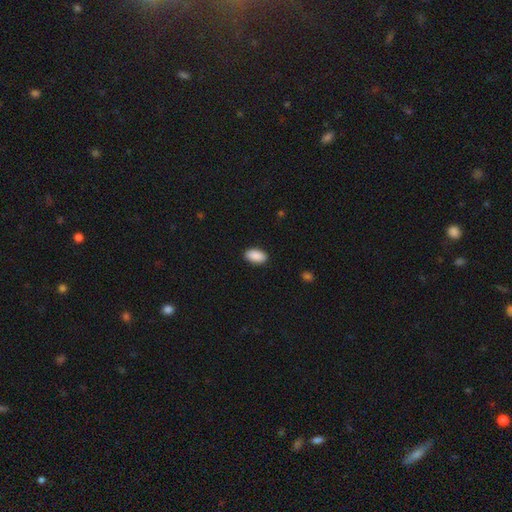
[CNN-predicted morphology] type=smooth (91%); roundness=in between (95%); merging=none (89%).